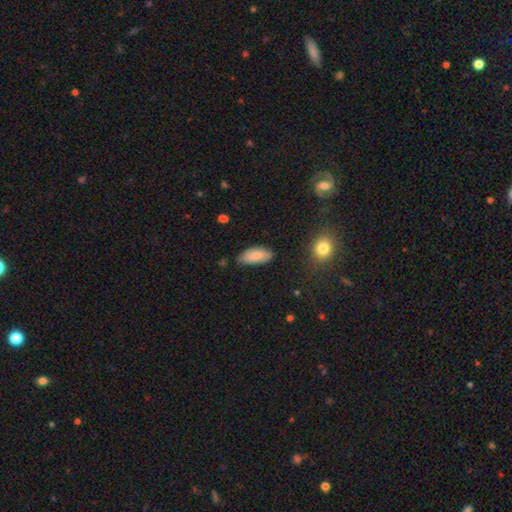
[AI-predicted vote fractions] This is clearly a smooth galaxy (83%). How rounded: clearly in between (90%). Merging: likely none (70%).